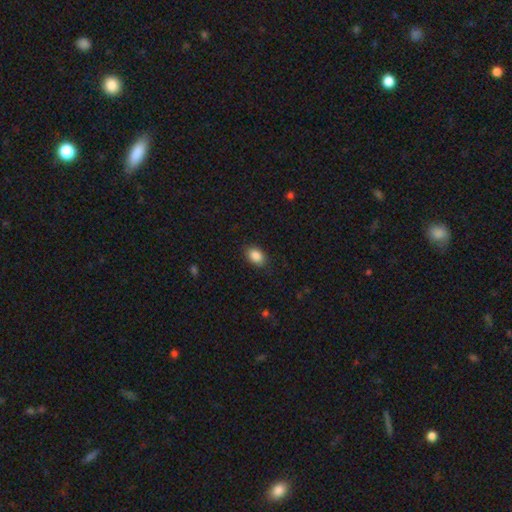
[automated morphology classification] This is clearly a smooth galaxy (87%). How rounded: clearly in between (85%). Merging: clearly none (87%).